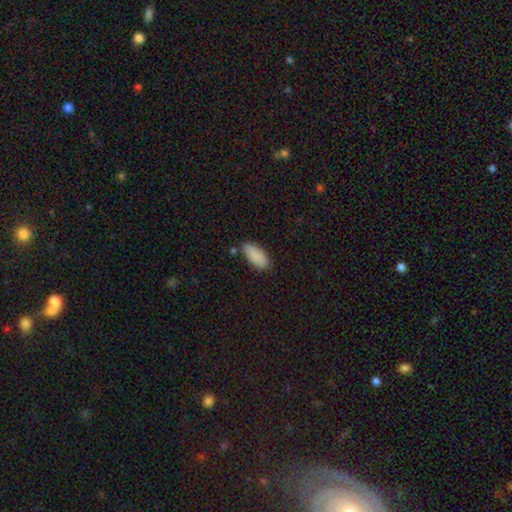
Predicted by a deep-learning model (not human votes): smooth-or-featured: smooth: 89% | star or artifact: 7% | featured or disk: 5%
  how-rounded: in between: 88% | cigar-shaped: 10% | round: 2%
  merging: none: 72% | minor disturbance: 20% | merger: 5% | major disturbance: 4%